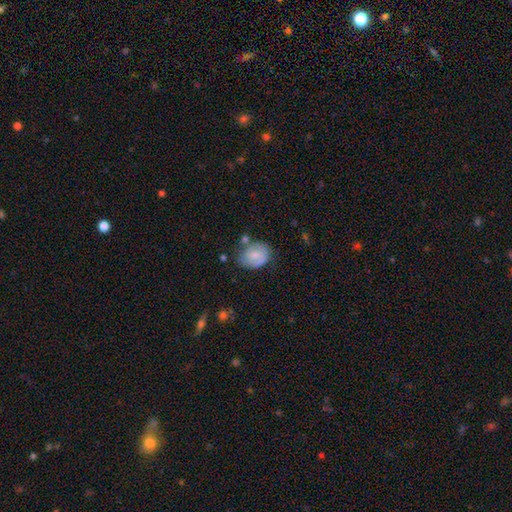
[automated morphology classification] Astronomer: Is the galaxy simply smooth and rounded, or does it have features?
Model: smooth — 61%.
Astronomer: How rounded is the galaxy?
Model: in between — 53% (runner-up: round, 46%).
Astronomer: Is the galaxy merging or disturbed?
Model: none — 55%.